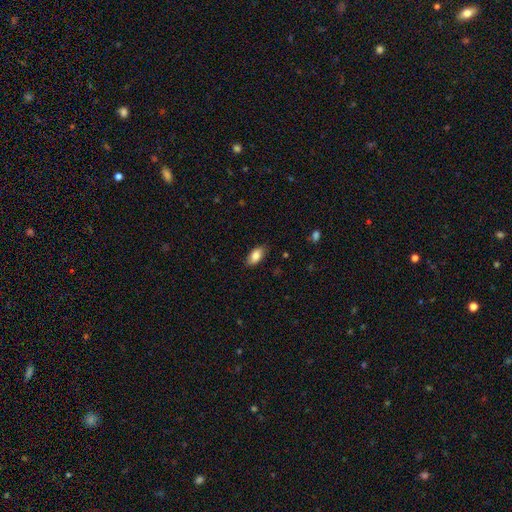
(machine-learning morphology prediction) A smooth galaxy with no disk features (84%) that is in between round and cigar-shaped (91%).

Vote fractions:
- Smooth or featured? smooth: 84% / featured or disk: 9% / star or artifact: 7%
- How rounded? in between: 91% / cigar-shaped: 6% / round: 3%
- Merging? none: 83% / minor disturbance: 13% / major disturbance: 3% / merger: 1%